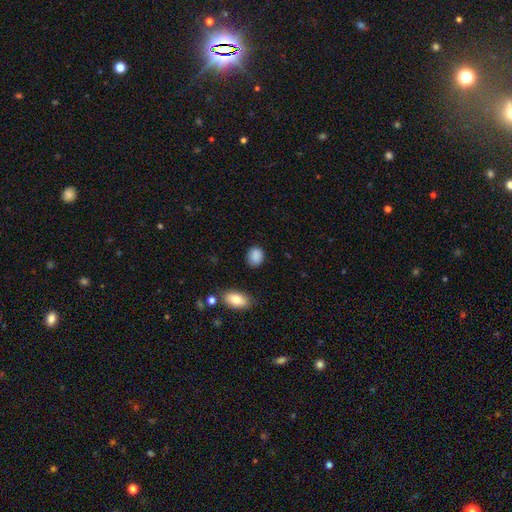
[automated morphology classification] A smooth galaxy with no disk features (88%) that is round (51%).

Vote fractions:
- Smooth or featured? smooth: 88% / star or artifact: 8% / featured or disk: 4%
- How rounded? round: 51% / in between: 48% / cigar-shaped: 1%
- Merging? none: 84% / minor disturbance: 11% / major disturbance: 3% / merger: 2%